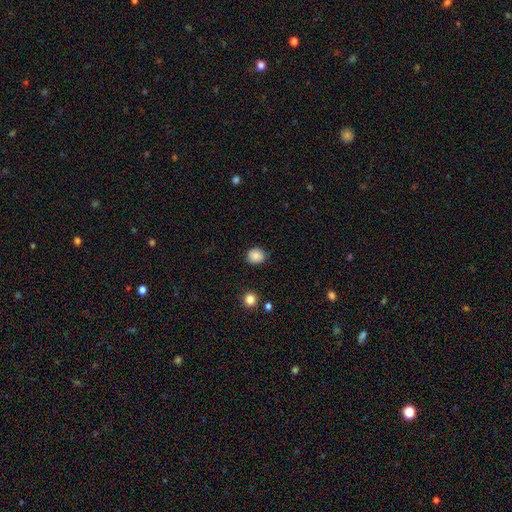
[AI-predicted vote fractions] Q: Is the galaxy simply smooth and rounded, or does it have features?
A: smooth — 86%.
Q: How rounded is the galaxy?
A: round — 78%.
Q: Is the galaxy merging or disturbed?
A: none — 83%.